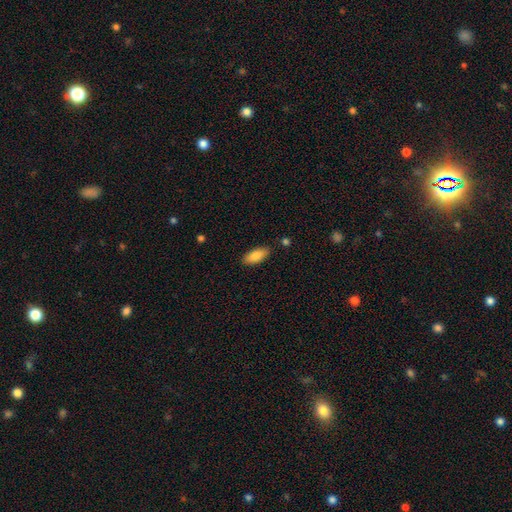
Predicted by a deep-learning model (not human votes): smooth_or_featured: smooth (p=0.87) [alt: featured or disk p=0.07]
how_rounded: in between (p=0.86) [alt: cigar-shaped p=0.12]
merging: none (p=0.85) [alt: minor disturbance p=0.10]